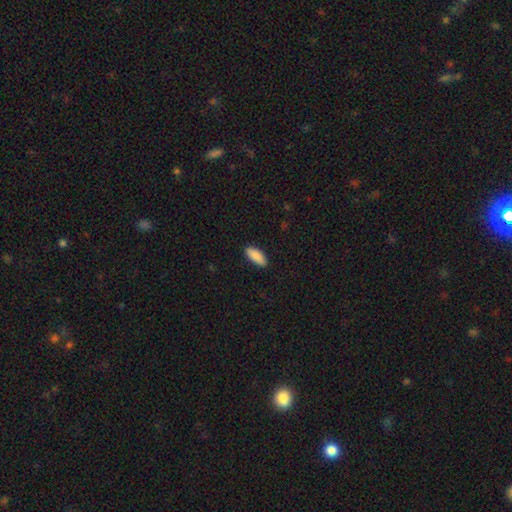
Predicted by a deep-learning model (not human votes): Overall: smooth (89%). How rounded: in between (81%). Merging: none (89%).